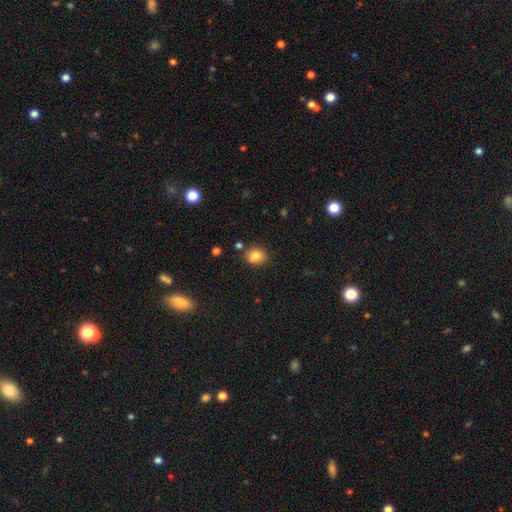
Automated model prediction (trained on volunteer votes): Smooth or featured? Predicted: smooth (p=0.81). How rounded? Predicted: round (p=0.64). Merging? Predicted: none (p=0.76).